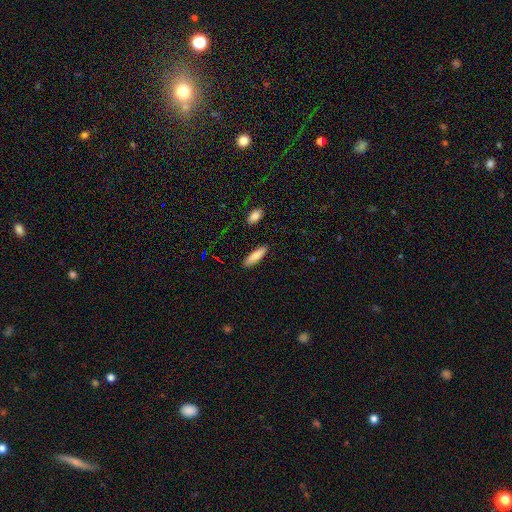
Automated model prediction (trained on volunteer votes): Smooth or featured? Predicted: smooth (p=0.84). How rounded? Predicted: cigar-shaped (p=0.70). Merging? Predicted: none (p=0.89).